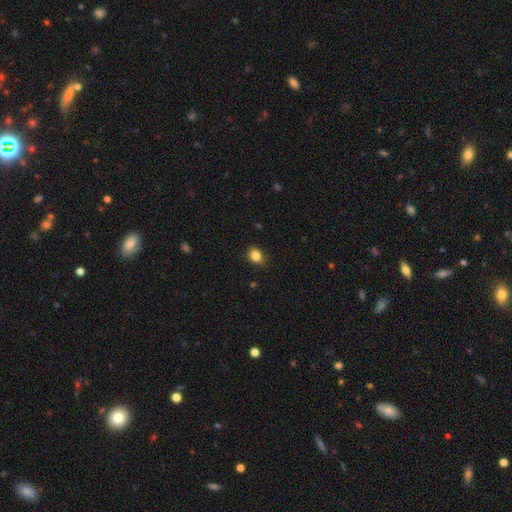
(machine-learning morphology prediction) smooth-or-featured: smooth: 85% | star or artifact: 10% | featured or disk: 5%
  how-rounded: in between: 58% | round: 41% | cigar-shaped: 1%
  merging: none: 85% | minor disturbance: 12% | major disturbance: 2% | merger: 1%